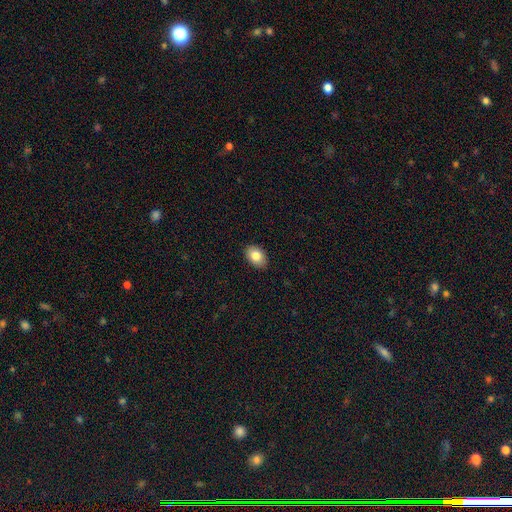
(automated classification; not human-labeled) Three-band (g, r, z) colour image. It shows a smooth galaxy with no disk features (83%) that is in between round and cigar-shaped (84%). Merging: none (90%).